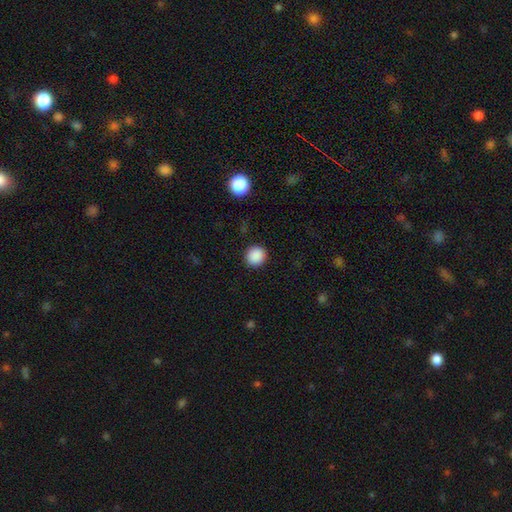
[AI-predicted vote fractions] Smooth or featured?
  - smooth: 89% *
  - star or artifact: 9%
  - featured or disk: 2%
How rounded?
  - round: 92% *
  - in between: 7%
  - cigar-shaped: 1%
Merging?
  - none: 91% *
  - minor disturbance: 5%
  - major disturbance: 2%
  - merger: 1%